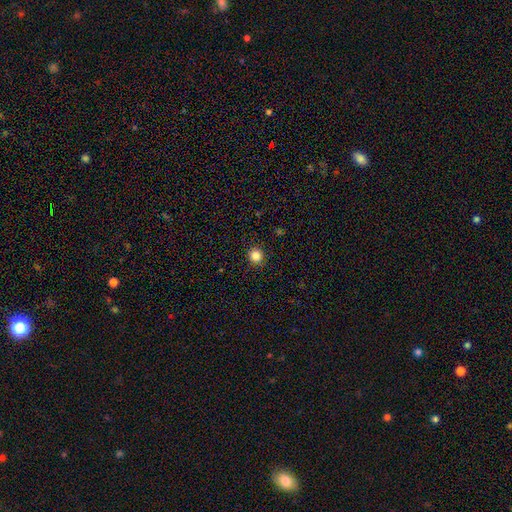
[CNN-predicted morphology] smooth-or-featured: smooth: 84% | star or artifact: 12% | featured or disk: 4%
  how-rounded: round: 92% | in between: 7% | cigar-shaped: 1%
  merging: none: 92% | minor disturbance: 5% | major disturbance: 2% | merger: 1%